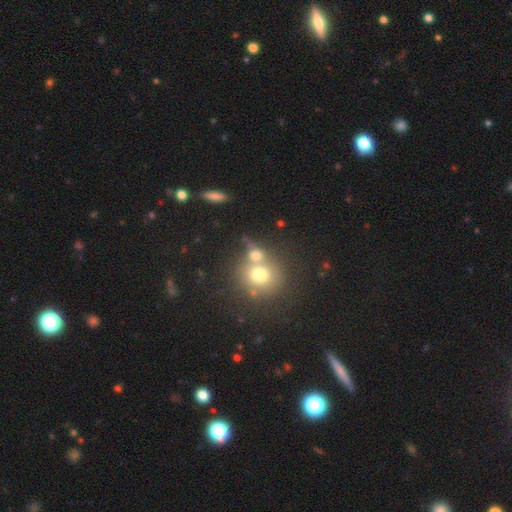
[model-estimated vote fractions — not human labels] Morphology: type=smooth (69%); roundness=round (81%); merging=merger (48%).